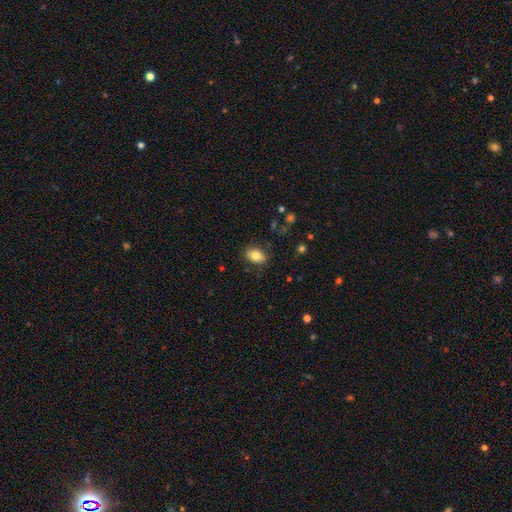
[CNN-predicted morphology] Q: Smooth or featured?
A: smooth (80%); runner-up: featured or disk (12%)
Q: How rounded?
A: in between (81%); runner-up: round (18%)
Q: Merging?
A: none (84%); runner-up: minor disturbance (12%)